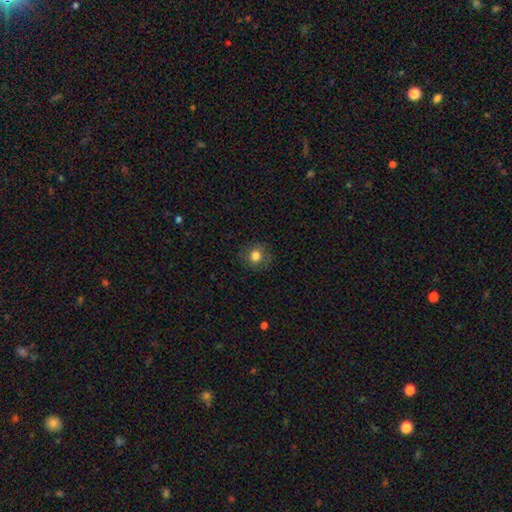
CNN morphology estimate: A smooth galaxy with no disk features (79%) that is round (87%).

Vote fractions:
- Smooth or featured? smooth: 79% / star or artifact: 11% / featured or disk: 10%
- How rounded? round: 87% / in between: 13% / cigar-shaped: 1%
- Merging? none: 85% / minor disturbance: 10% / major disturbance: 4% / merger: 1%